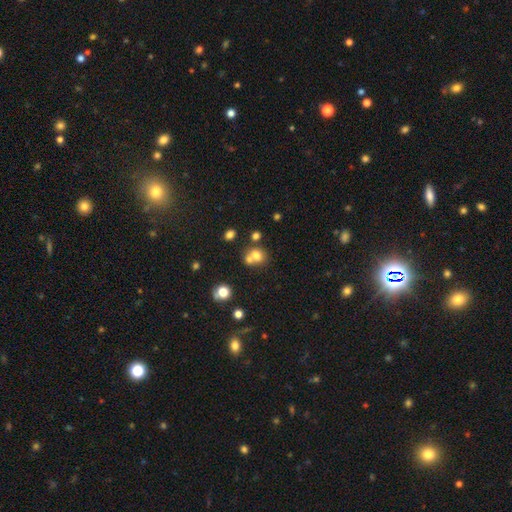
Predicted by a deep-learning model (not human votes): smooth-or-featured: smooth: 71% | featured or disk: 15% | star or artifact: 14%
  how-rounded: round: 69% | in between: 30% | cigar-shaped: 1%
  merging: merger: 46% | none: 41% | minor disturbance: 9% | major disturbance: 4%